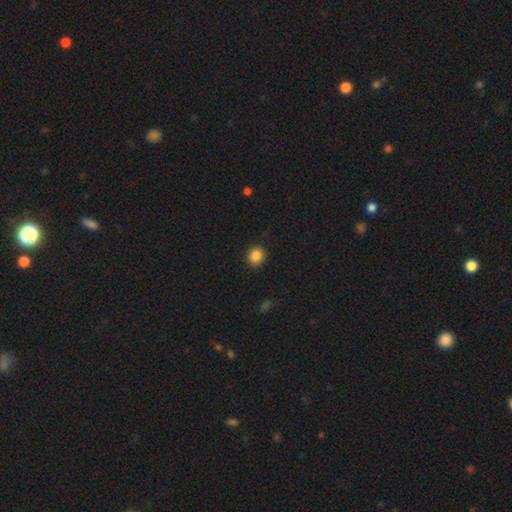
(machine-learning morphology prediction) Overall: smooth (86%). How rounded: round (79%). Merging: none (90%).